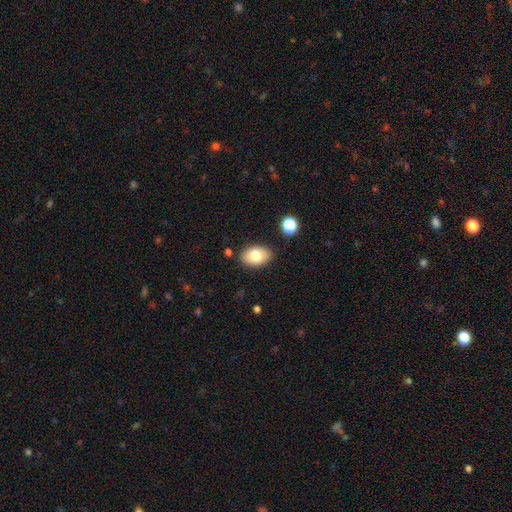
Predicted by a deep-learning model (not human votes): A smooth galaxy with no disk features (76%) that is in between round and cigar-shaped (85%). Merging: none (84%).